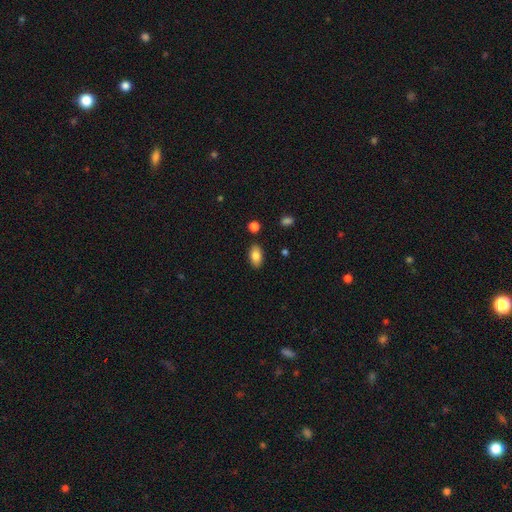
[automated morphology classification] A smooth galaxy with no disk features (83%) that is in between round and cigar-shaped (91%). Merging: none (86%).